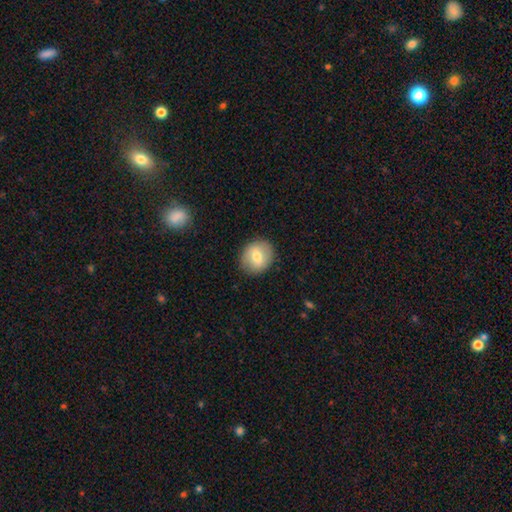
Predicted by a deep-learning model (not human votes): This is likely a smooth galaxy (67%). How rounded: likely round (73%). Merging: clearly none (87%).